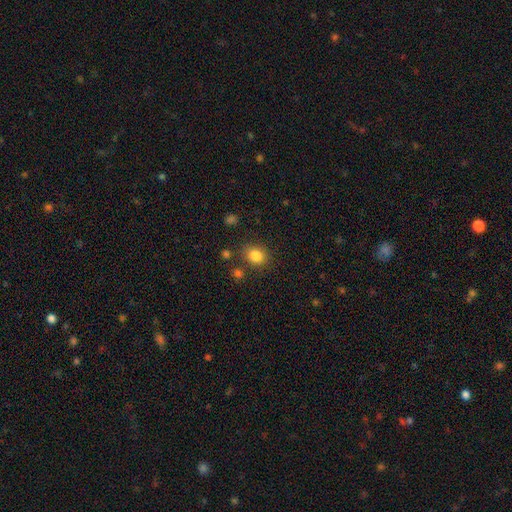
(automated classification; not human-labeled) A smooth galaxy with no disk features (84%) that is round (57%). Merging: none (79%).